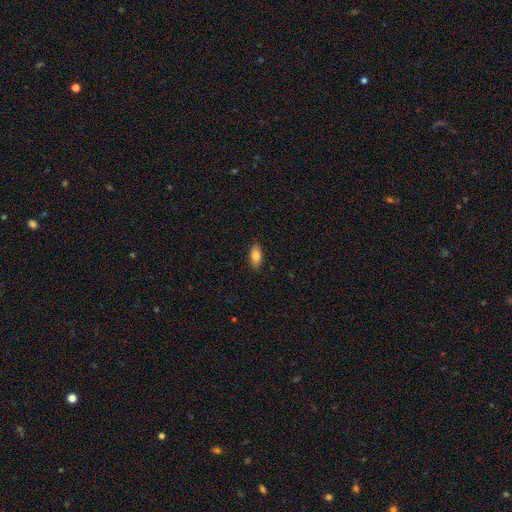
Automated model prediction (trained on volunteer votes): Smooth or featured: smooth — 83% (featured or disk — 10%)
How rounded: in between — 86% (cigar-shaped — 11%)
Merging: none — 87% (minor disturbance — 10%)